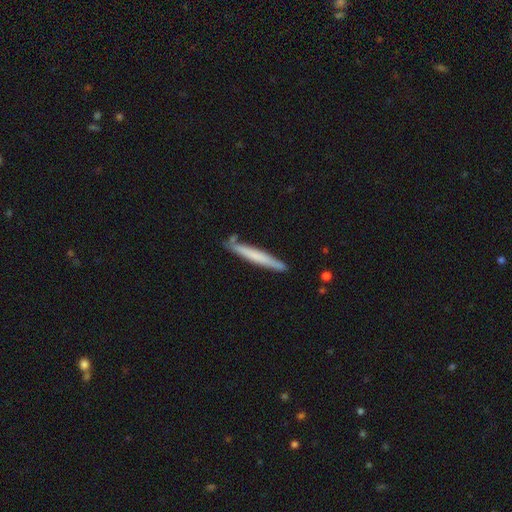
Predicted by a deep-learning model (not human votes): smooth 61%, featured or disk 33%, star or artifact 5%. Down the decision tree: how rounded — cigar-shaped (96%); merging — none (83%).